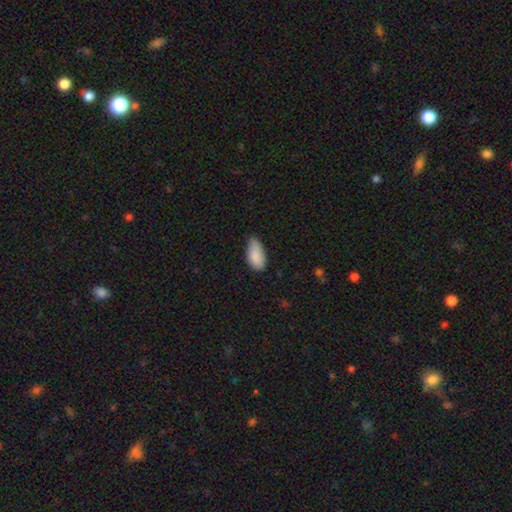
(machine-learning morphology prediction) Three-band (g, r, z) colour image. It shows a smooth galaxy with no disk features (88%) that is in between round and cigar-shaped (93%). Merging: none (56%).